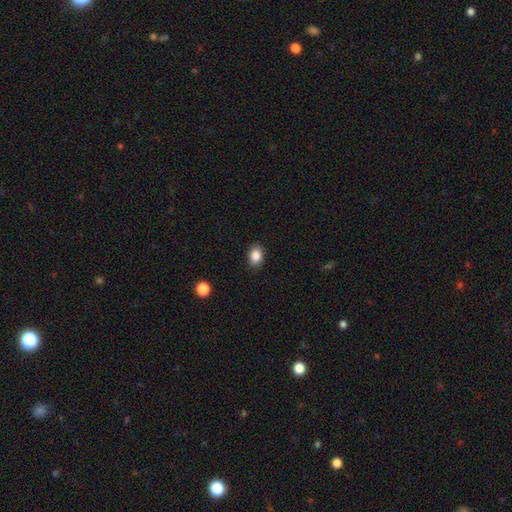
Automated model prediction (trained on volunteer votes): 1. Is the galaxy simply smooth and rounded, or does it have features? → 86% smooth, 9% star or artifact, 5% featured or disk.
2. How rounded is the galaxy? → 72% in between, 27% round, 1% cigar-shaped.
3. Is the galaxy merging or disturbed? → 87% none, 10% minor disturbance, 2% major disturbance, 1% merger.